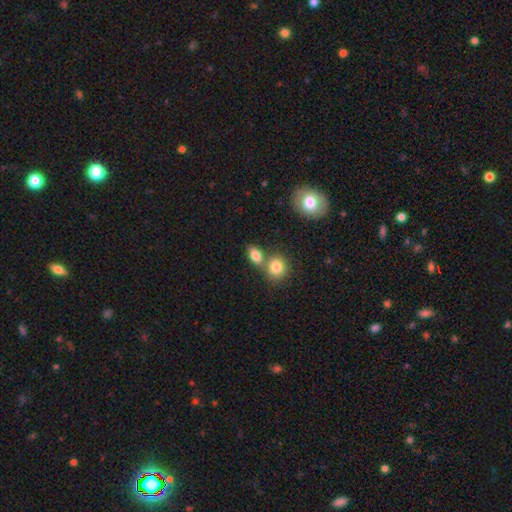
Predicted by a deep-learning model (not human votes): Overall: smooth (80%). How rounded: in between (71%). Merging: none (50%; merger 36%).